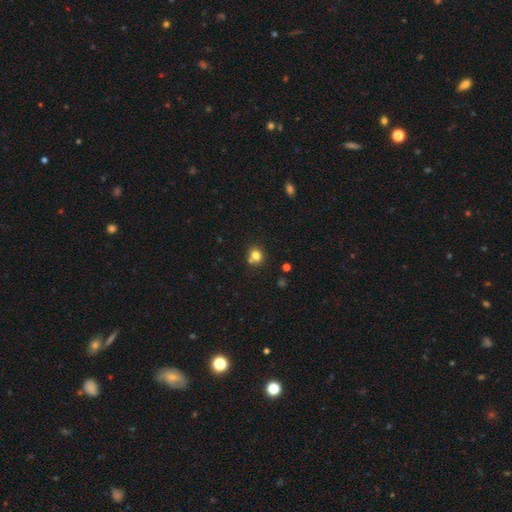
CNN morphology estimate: A smooth galaxy with no disk features (77%) that is round (71%). Merging: none (65%).